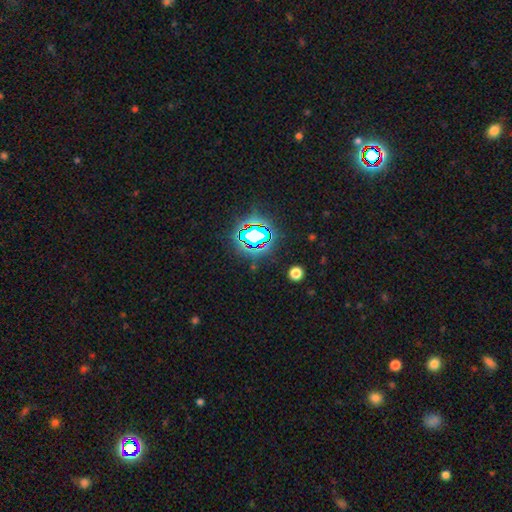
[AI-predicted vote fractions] Q: Smooth or featured?
A: star or artifact (80%); runner-up: smooth (12%)